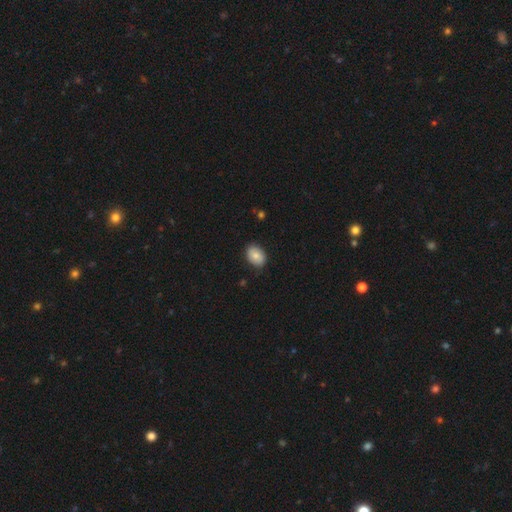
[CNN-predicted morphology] Overall: smooth (79%). How rounded: in between (71%). Merging: none (81%).